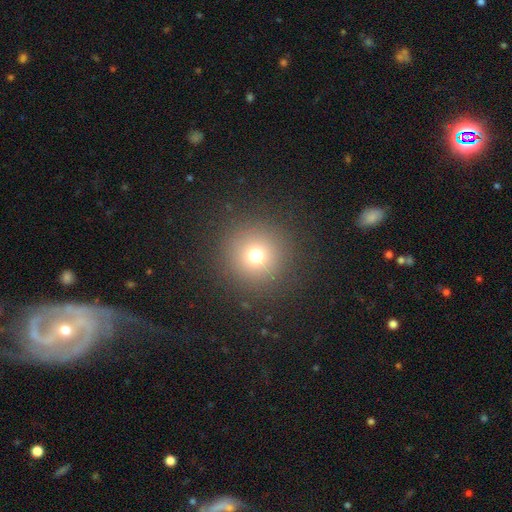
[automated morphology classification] A smooth galaxy with no disk features (72%) that is round (96%). Merging: none (89%).